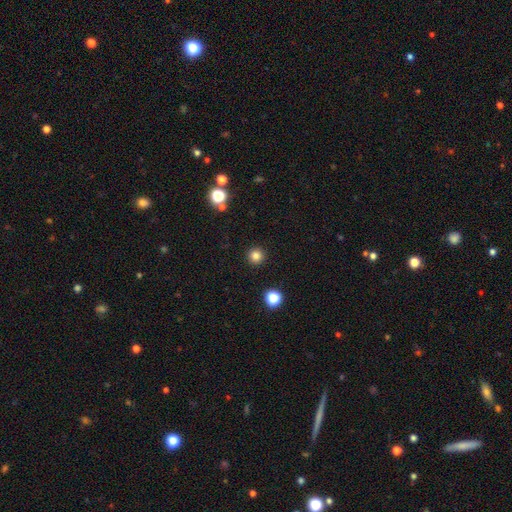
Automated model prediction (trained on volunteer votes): The model was most divided on "smooth or featured": smooth: 82%, star or artifact: 13%, featured or disk: 5%. More confident: how rounded — round (96%); merging — none (93%).